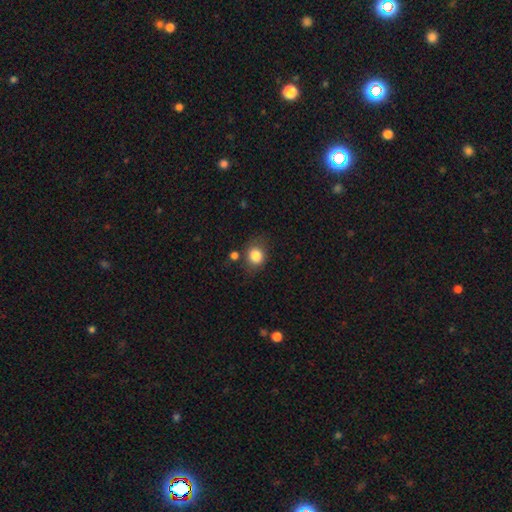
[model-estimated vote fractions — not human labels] A smooth galaxy with no disk features (83%) that is round (67%).

Vote fractions:
- Smooth or featured? smooth: 83% / star or artifact: 10% / featured or disk: 7%
- How rounded? round: 67% / in between: 32% / cigar-shaped: 1%
- Merging? none: 72% / minor disturbance: 16% / merger: 6% / major disturbance: 6%